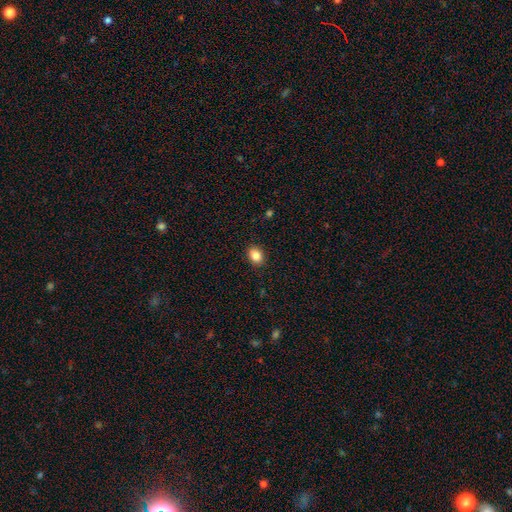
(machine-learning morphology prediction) Overall: smooth (86%). How rounded: in between (60%; round 39%). Merging: none (90%).